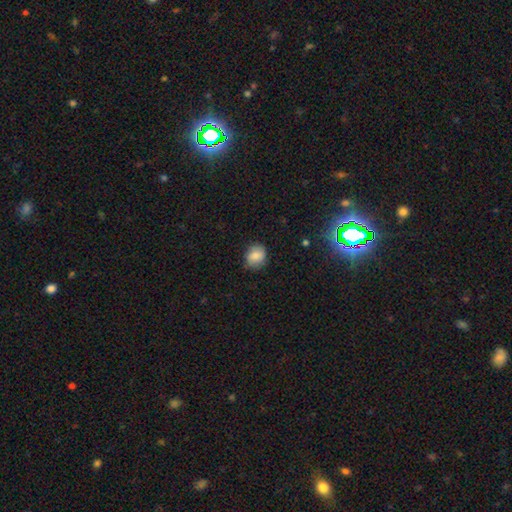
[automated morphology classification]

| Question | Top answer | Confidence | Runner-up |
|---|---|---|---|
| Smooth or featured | smooth | 79% | featured or disk (13%) |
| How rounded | round | 69% | in between (30%) |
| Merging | none | 78% | minor disturbance (17%) |